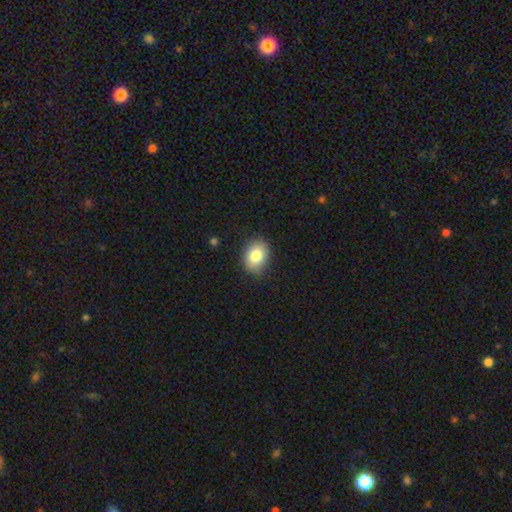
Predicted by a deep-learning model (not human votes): A smooth galaxy with no disk features (81%) that is in between round and cigar-shaped (65%).

Vote fractions:
- Smooth or featured? smooth: 81% / featured or disk: 11% / star or artifact: 9%
- How rounded? in between: 65% / round: 34% / cigar-shaped: 1%
- Merging? none: 82% / minor disturbance: 15% / major disturbance: 3% / merger: 1%